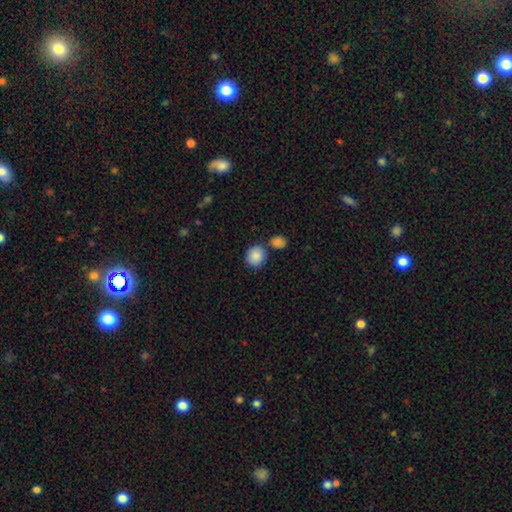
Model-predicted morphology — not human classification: A smooth galaxy with no disk features (88%) that is round (78%).

Vote fractions:
- Smooth or featured? smooth: 88% / star or artifact: 8% / featured or disk: 4%
- How rounded? round: 78% / in between: 21% / cigar-shaped: 1%
- Merging? none: 71% / merger: 16% / minor disturbance: 10% / major disturbance: 3%